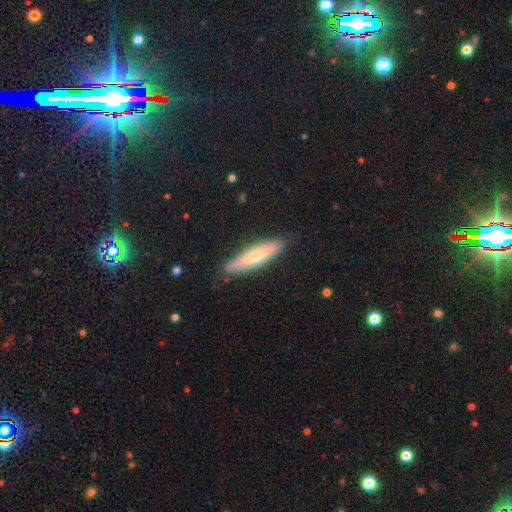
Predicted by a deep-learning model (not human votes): A smooth galaxy with no disk features (61%) that is cigar-shaped (75%).

Vote fractions:
- Smooth or featured? smooth: 61% / featured or disk: 33% / star or artifact: 6%
- How rounded? cigar-shaped: 75% / in between: 23% / round: 2%
- Merging? none: 86% / minor disturbance: 11% / major disturbance: 2% / merger: 1%